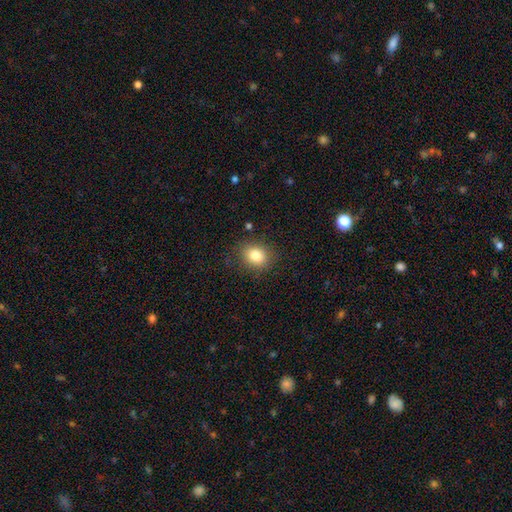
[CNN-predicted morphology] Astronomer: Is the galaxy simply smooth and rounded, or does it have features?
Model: smooth — 82%.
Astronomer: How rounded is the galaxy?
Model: round — 54% (runner-up: in between, 45%).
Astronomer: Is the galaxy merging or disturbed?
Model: none — 83%.